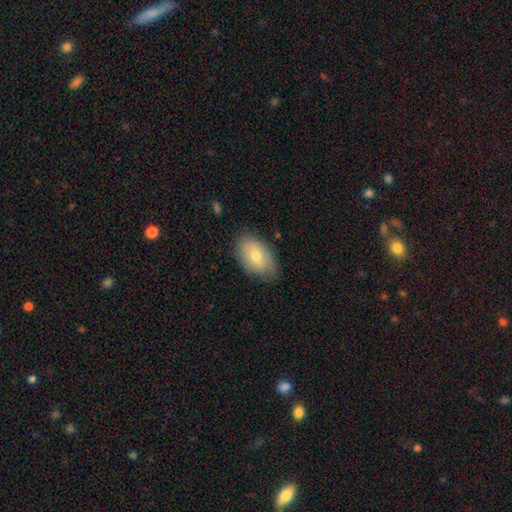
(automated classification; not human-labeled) A smooth galaxy with no disk features (66%) that is in between round and cigar-shaped (90%).

Vote fractions:
- Smooth or featured? smooth: 66% / featured or disk: 26% / star or artifact: 7%
- How rounded? in between: 90% / round: 9% / cigar-shaped: 2%
- Merging? none: 78% / minor disturbance: 17% / major disturbance: 3% / merger: 1%